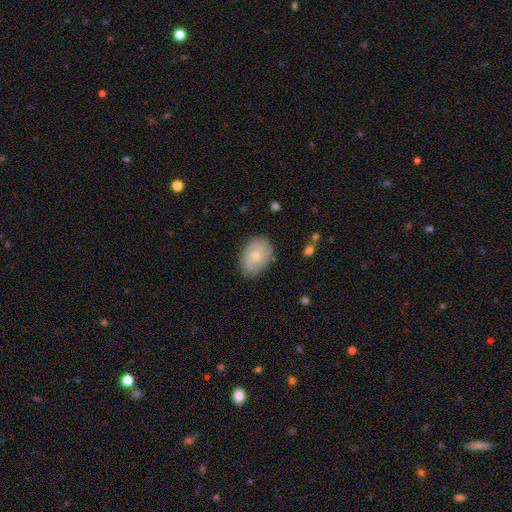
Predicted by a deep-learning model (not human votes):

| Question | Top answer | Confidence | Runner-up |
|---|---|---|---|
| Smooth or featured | smooth | 58% | featured or disk (35%) |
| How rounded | in between | 78% | round (21%) |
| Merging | none | 74% | minor disturbance (20%) |